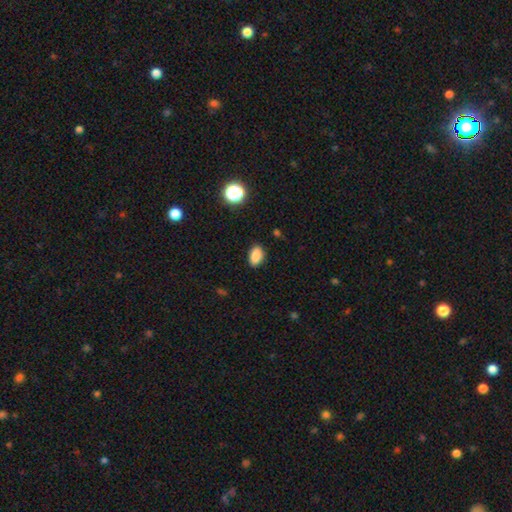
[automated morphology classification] The model was most divided on "merging": none: 86%, minor disturbance: 10%, major disturbance: 2%, merger: 1%. More confident: how rounded — in between (89%); smooth or featured — smooth (86%).